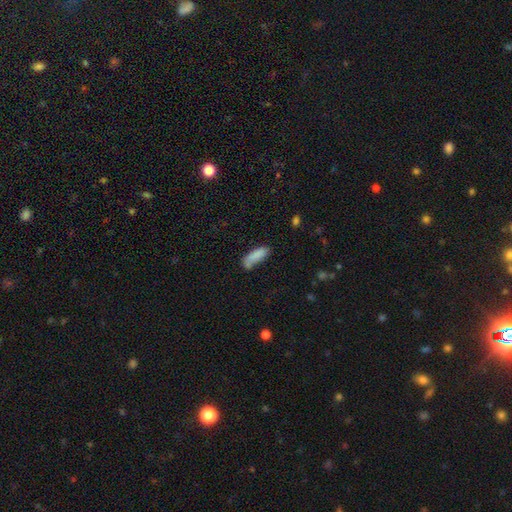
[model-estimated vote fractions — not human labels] This appears to be a smooth galaxy with no disk features (83%) that is in between round and cigar-shaped (55%). Merging: none (53%).